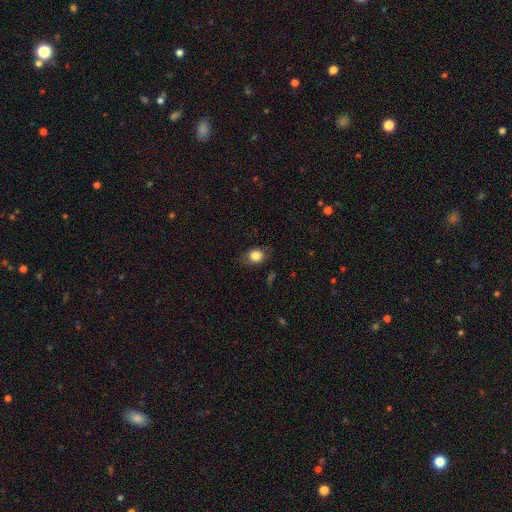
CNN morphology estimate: type=smooth (82%); roundness=round (53%); merging=none (77%).